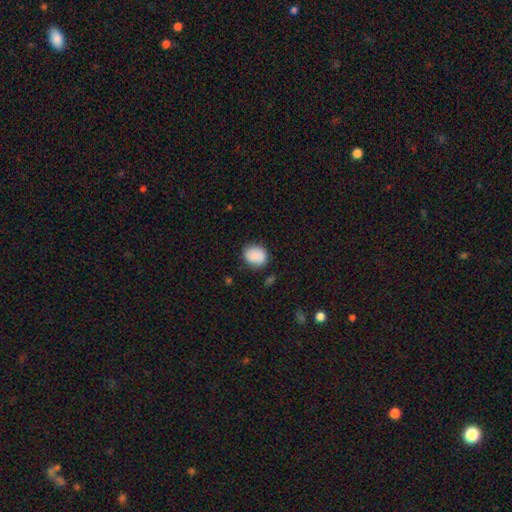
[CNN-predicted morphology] smooth_or_featured: smooth (p=0.88) [alt: star or artifact p=0.07]
how_rounded: round (p=0.60) [alt: in between p=0.39]
merging: none (p=0.79) [alt: minor disturbance p=0.15]